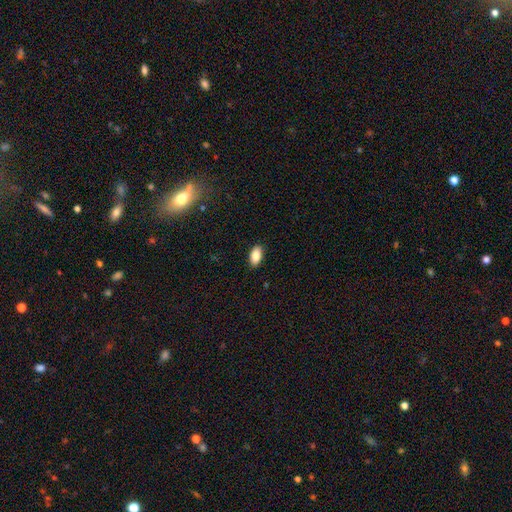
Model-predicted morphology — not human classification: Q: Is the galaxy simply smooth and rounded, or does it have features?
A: smooth — 83%.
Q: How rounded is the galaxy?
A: in between — 93%.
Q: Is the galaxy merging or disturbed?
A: none — 89%.